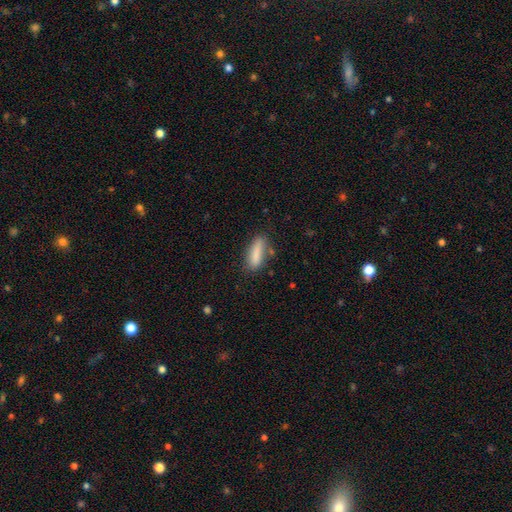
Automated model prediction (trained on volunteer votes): Q: Smooth or featured?
A: smooth (84%); runner-up: featured or disk (9%)
Q: How rounded?
A: cigar-shaped (50%); runner-up: in between (48%)
Q: Merging?
A: none (70%); runner-up: minor disturbance (20%)